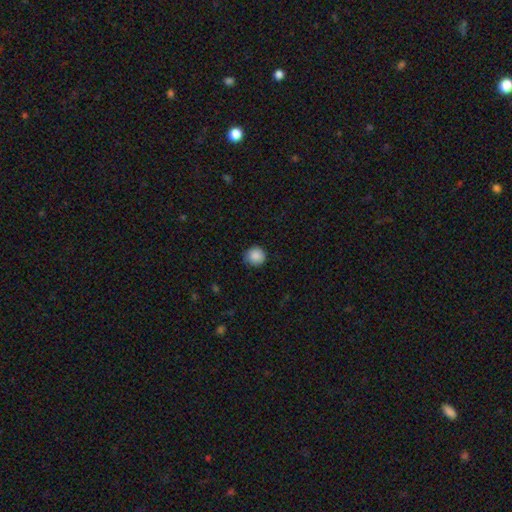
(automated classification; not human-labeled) This appears to be a smooth galaxy with no disk features (88%) that is round (92%). Merging: none (85%).